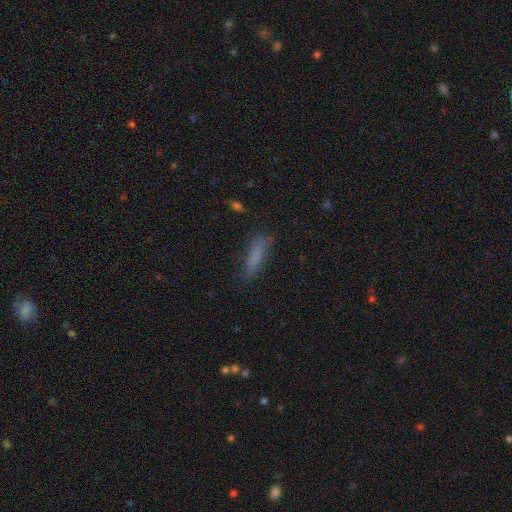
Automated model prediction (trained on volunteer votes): A smooth galaxy with no disk features (79%) that is cigar-shaped (70%).

Vote fractions:
- Smooth or featured? smooth: 79% / featured or disk: 12% / star or artifact: 10%
- How rounded? cigar-shaped: 70% / in between: 28% / round: 2%
- Merging? none: 78% / minor disturbance: 16% / major disturbance: 5% / merger: 2%